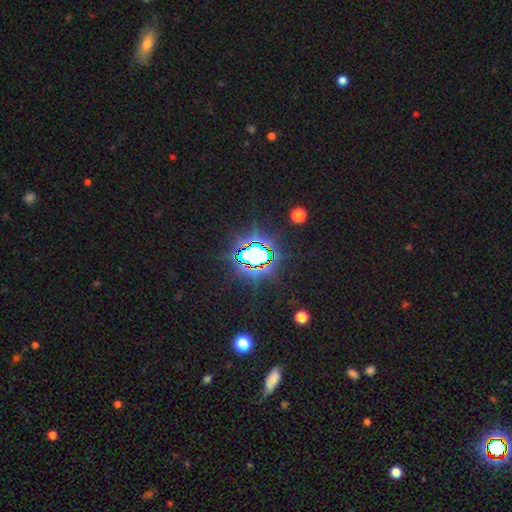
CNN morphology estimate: Smooth or featured?
  - star or artifact: 76% *
  - smooth: 13%
  - featured or disk: 11%